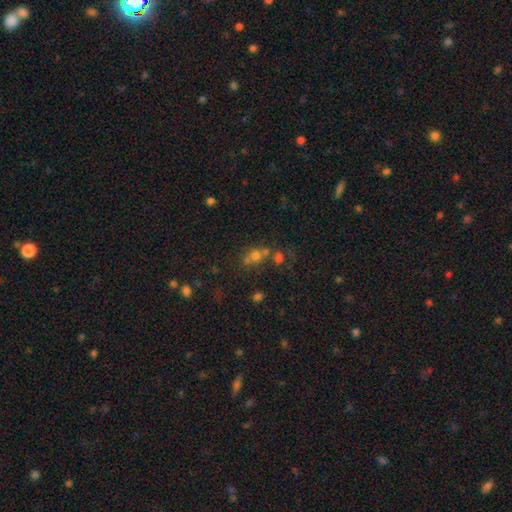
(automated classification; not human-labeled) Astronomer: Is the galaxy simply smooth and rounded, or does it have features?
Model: smooth — 54% (runner-up: star or artifact, 31%).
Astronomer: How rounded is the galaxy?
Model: round — 71%.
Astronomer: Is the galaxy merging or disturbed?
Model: merger — 43%, tied with none at 43%.